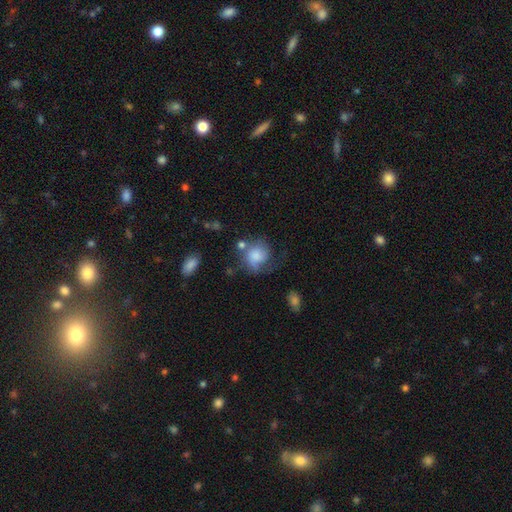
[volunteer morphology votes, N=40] This appears to be a smooth galaxy with no disk features (52%) that is round (62%). Merging: major disturbance (42%).